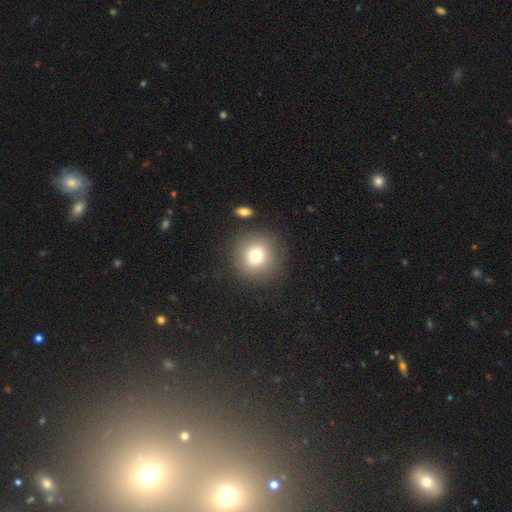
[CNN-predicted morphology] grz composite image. It shows a smooth galaxy with no disk features (76%) that is round (91%). Merging: none (86%).